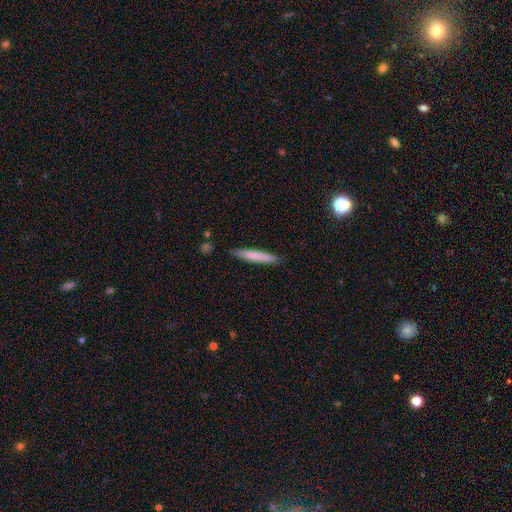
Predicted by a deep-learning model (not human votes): Morphology: type=smooth (77%); roundness=cigar-shaped (93%); merging=none (88%).